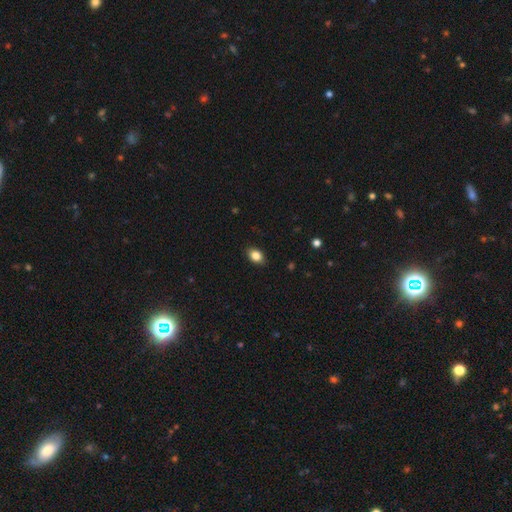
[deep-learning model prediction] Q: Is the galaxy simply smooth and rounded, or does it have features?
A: smooth — 85%.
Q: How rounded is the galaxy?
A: in between — 73%.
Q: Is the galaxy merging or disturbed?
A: none — 86%.